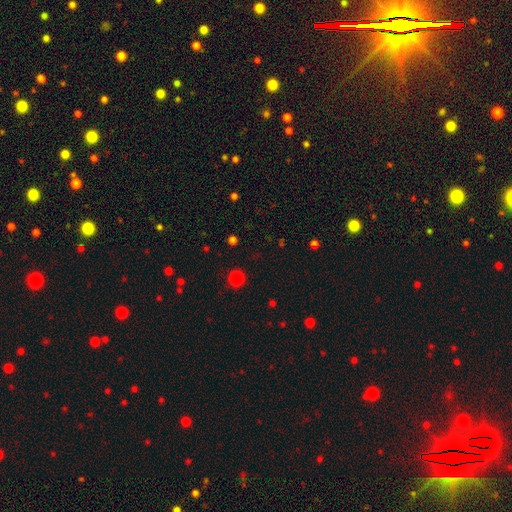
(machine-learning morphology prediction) This is likely a smooth galaxy (73%). How rounded: clearly round (92%). Merging: clearly none (91%).